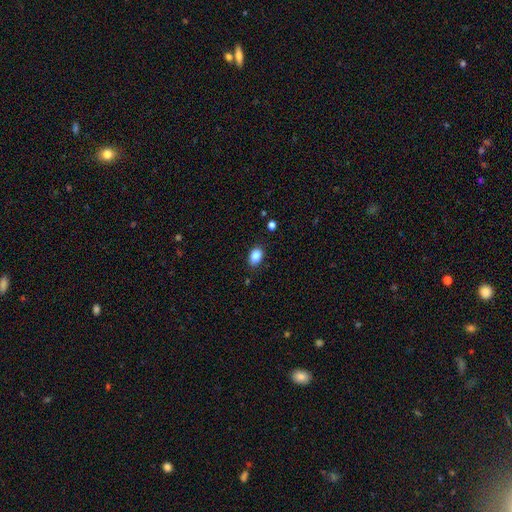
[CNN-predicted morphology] The model was most divided on "how rounded": in between: 82%, round: 16%, cigar-shaped: 1%. More confident: smooth or featured — smooth (87%); merging — none (83%).